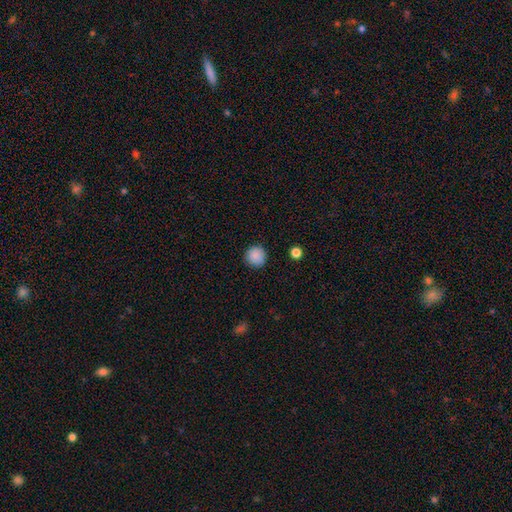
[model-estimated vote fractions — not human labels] Smooth or featured: smooth — 88% (star or artifact — 9%)
How rounded: round — 94% (in between — 5%)
Merging: none — 89% (minor disturbance — 7%)